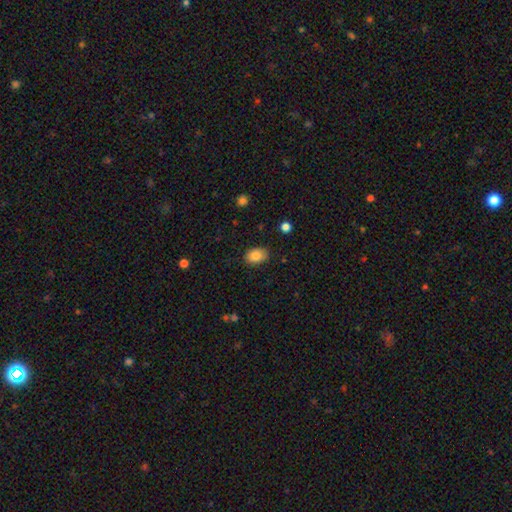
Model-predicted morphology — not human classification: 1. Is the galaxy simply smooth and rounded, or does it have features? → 86% smooth, 8% star or artifact, 6% featured or disk.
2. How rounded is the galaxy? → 81% in between, 18% round, 1% cigar-shaped.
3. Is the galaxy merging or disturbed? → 83% none, 13% minor disturbance, 3% major disturbance, 1% merger.